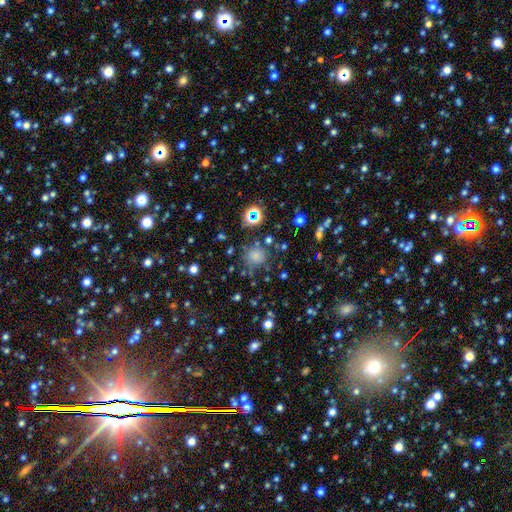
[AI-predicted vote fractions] Smooth or featured?
  - smooth: 69% *
  - star or artifact: 23%
  - featured or disk: 9%
How rounded?
  - round: 87% *
  - in between: 12%
  - cigar-shaped: 1%
Merging?
  - none: 70% *
  - minor disturbance: 16%
  - merger: 7%
  - major disturbance: 7%